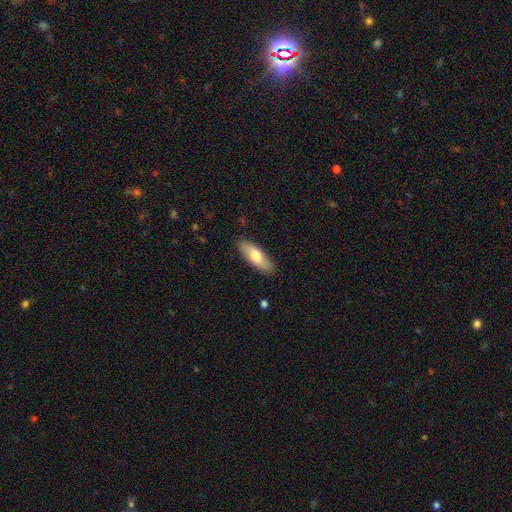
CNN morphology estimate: Smooth or featured: smooth — 70% (featured or disk — 25%)
How rounded: in between — 63% (cigar-shaped — 35%)
Merging: none — 88% (minor disturbance — 9%)